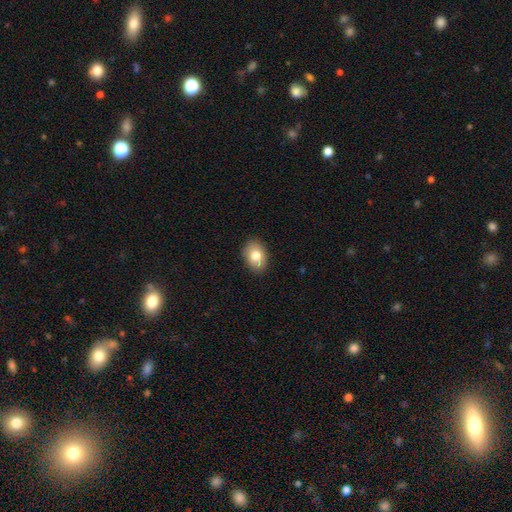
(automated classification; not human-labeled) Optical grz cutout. It shows a smooth galaxy with no disk features (79%) that is in between round and cigar-shaped (76%). Merging: none (86%).